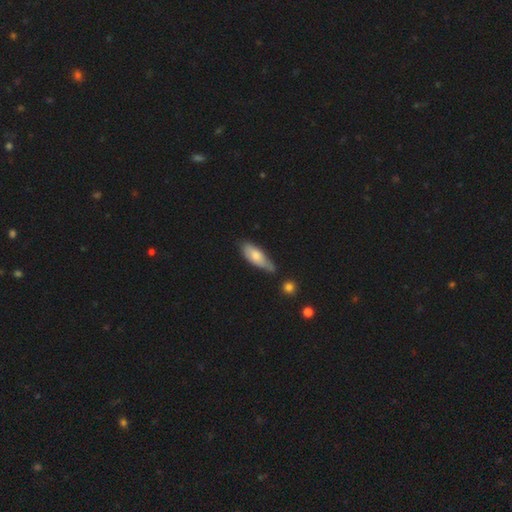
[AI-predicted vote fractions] A smooth galaxy with no disk features (64%) that is in between round and cigar-shaped (69%).

Vote fractions:
- Smooth or featured? smooth: 64% / featured or disk: 30% / star or artifact: 6%
- How rounded? in between: 69% / cigar-shaped: 29% / round: 2%
- Merging? none: 48% / minor disturbance: 37% / major disturbance: 8% / merger: 7%